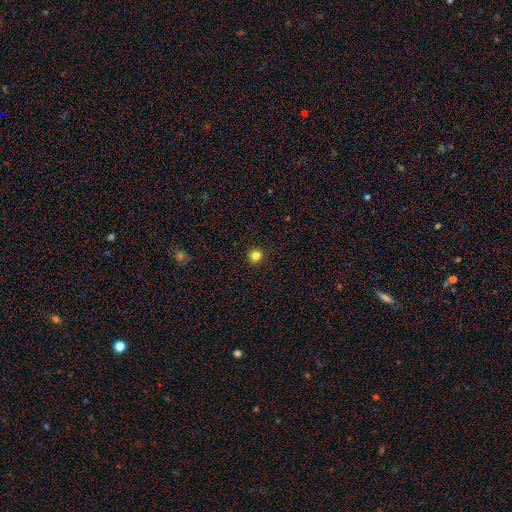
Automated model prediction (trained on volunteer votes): Q: Smooth or featured?
A: smooth (81%); runner-up: star or artifact (15%)
Q: How rounded?
A: round (94%); runner-up: in between (5%)
Q: Merging?
A: none (92%); runner-up: minor disturbance (5%)